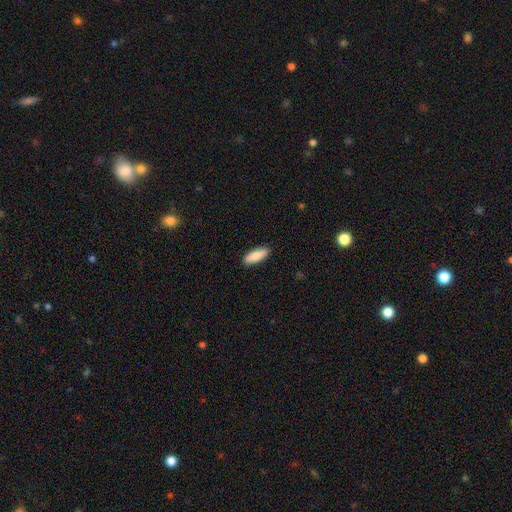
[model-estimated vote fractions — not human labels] The model was most divided on "how rounded": in between: 67%, cigar-shaped: 31%, round: 2%. More confident: merging — none (90%); smooth or featured — smooth (85%).